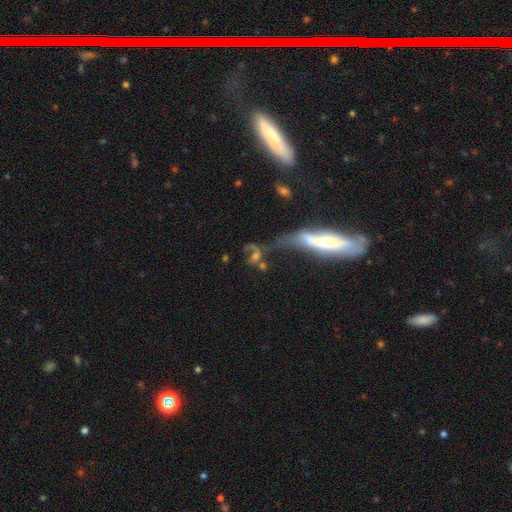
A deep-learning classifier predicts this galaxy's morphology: type=featured or disk (47%); merging=merger (39%).